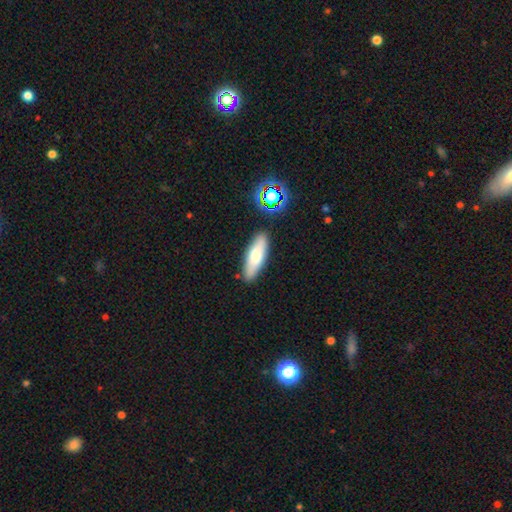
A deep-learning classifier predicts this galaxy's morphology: smooth-or-featured: smooth: 70% | featured or disk: 22% | star or artifact: 7%
  how-rounded: in between: 51% | cigar-shaped: 47% | round: 2%
  merging: none: 85% | minor disturbance: 10% | merger: 4% | major disturbance: 2%